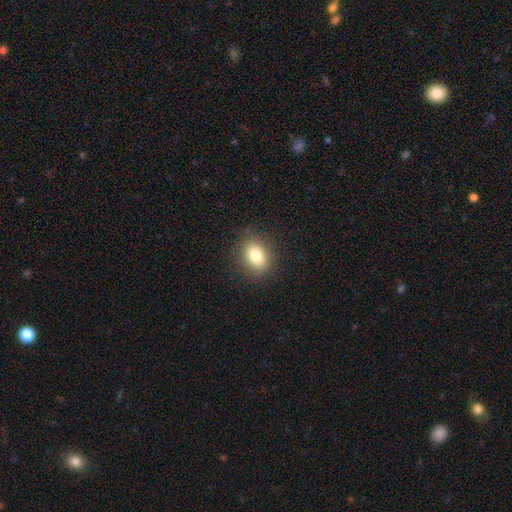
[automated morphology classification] smooth_or_featured: smooth (p=0.82) [alt: star or artifact p=0.09]
how_rounded: in between (p=0.70) [alt: round p=0.28]
merging: none (p=0.87) [alt: minor disturbance p=0.09]